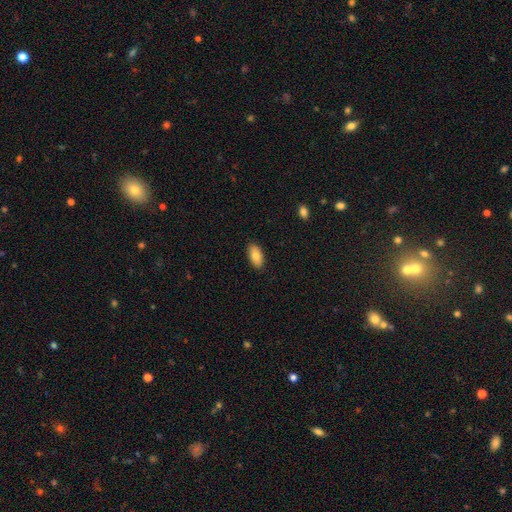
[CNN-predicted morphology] Smooth or featured?
  - smooth: 82% *
  - featured or disk: 12%
  - star or artifact: 7%
How rounded?
  - in between: 92% *
  - cigar-shaped: 5%
  - round: 3%
Merging?
  - none: 88% *
  - minor disturbance: 9%
  - major disturbance: 2%
  - merger: 1%